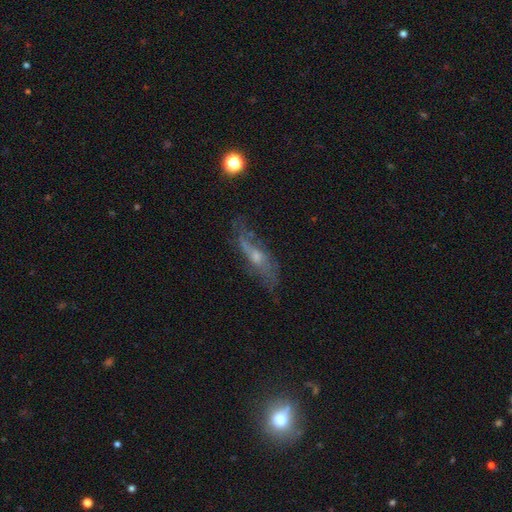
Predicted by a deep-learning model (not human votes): Smooth or featured: featured or disk — 65% (smooth — 24%)
Edge-on disk: no — 62% (yes — 38%)
Merging: none — 61% (minor disturbance — 23%)